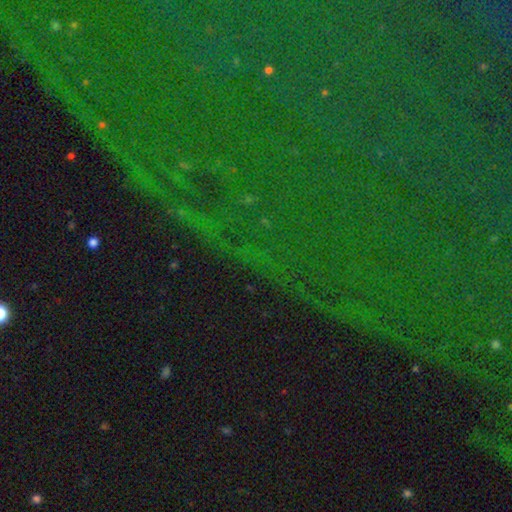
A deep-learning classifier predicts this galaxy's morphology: Q: Smooth or featured?
A: star or artifact (83%); runner-up: featured or disk (8%)